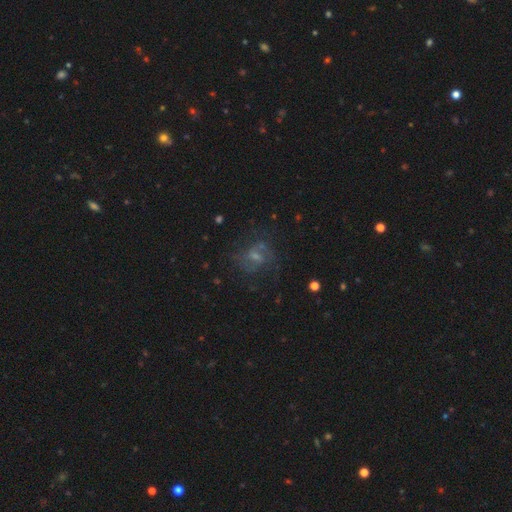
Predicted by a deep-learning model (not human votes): smooth_or_featured: featured or disk (p=0.60) [alt: smooth p=0.23]
disk_edge_on: no (p=0.97) [alt: yes p=0.03]
bar: weak (p=0.48) [alt: no p=0.41]
has_spiral_arms: yes (p=0.77) [alt: no p=0.23]
bulge_size: small (p=0.47) [alt: moderate p=0.35]
merging: none (p=0.62) [alt: minor disturbance p=0.18]